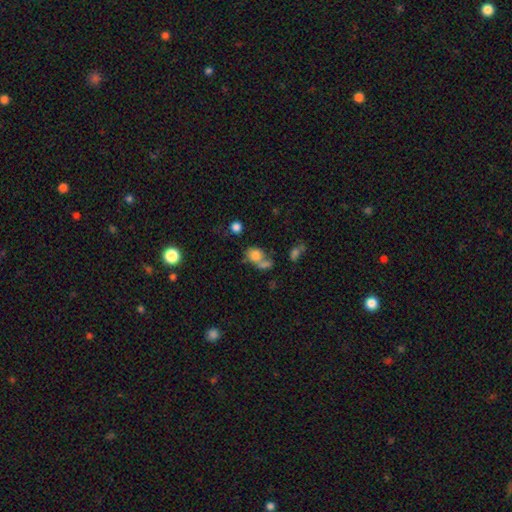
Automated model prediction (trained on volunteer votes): This appears to be a smooth galaxy with no disk features (77%) that is round (57%). Merging: merger (42%).